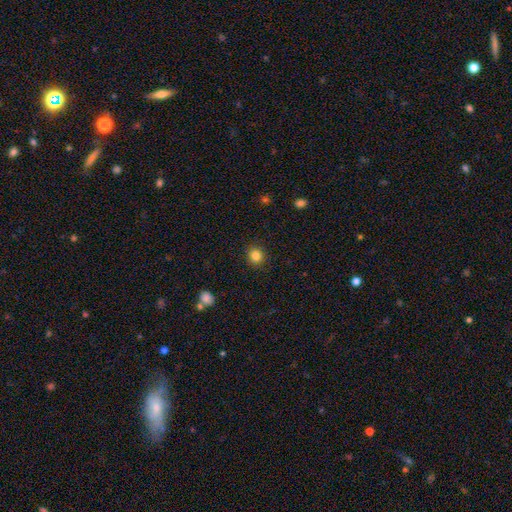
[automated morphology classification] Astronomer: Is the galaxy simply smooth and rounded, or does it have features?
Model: smooth — 84%.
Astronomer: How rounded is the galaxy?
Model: round — 86%.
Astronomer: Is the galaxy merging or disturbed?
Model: none — 91%.